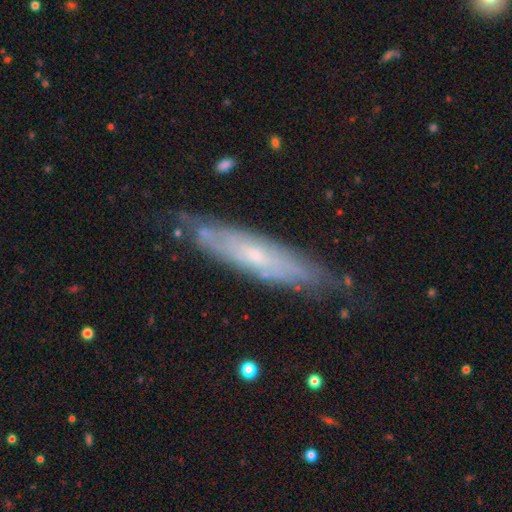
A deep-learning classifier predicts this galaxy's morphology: Smooth or featured? featured or disk (64%)
Edge-on disk? yes (53%)
Merging? none (76%)